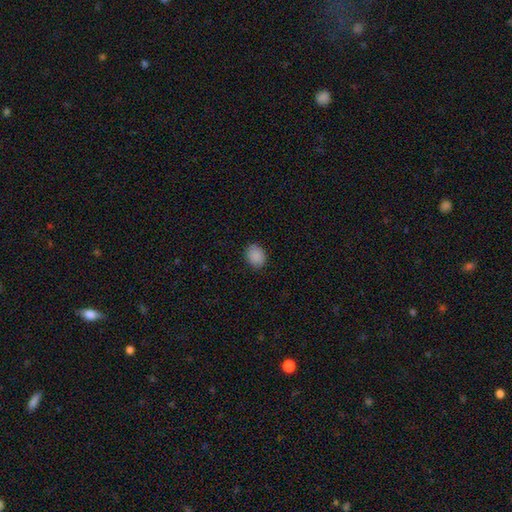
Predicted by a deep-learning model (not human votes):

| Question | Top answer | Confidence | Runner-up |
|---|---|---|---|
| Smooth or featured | smooth | 88% | star or artifact (9%) |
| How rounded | in between | 50% | round (49%) |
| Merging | none | 86% | minor disturbance (10%) |